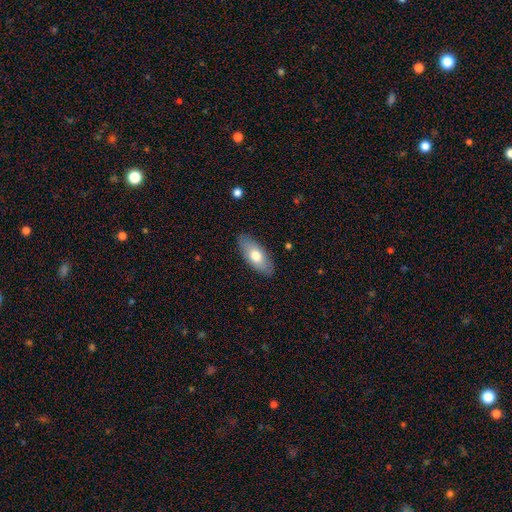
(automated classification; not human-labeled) Smooth or featured?
  - smooth: 71% *
  - featured or disk: 24%
  - star or artifact: 6%
How rounded?
  - in between: 86% *
  - cigar-shaped: 12%
  - round: 2%
Merging?
  - none: 87% *
  - minor disturbance: 10%
  - major disturbance: 2%
  - merger: 1%